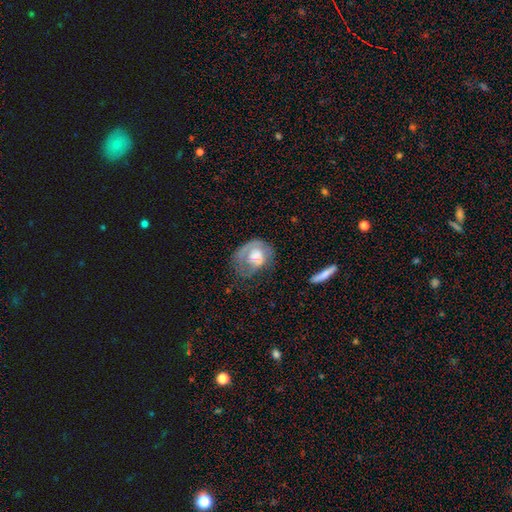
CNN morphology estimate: This is possibly a featured or disk galaxy (56%). It is clearly not viewed edge-on (97%). Bar: likely no (75%). Spiral arm pattern: likely yes (61%). Central bulge: marginally large (34%, tied with moderate). Merging: marginally none (37%).